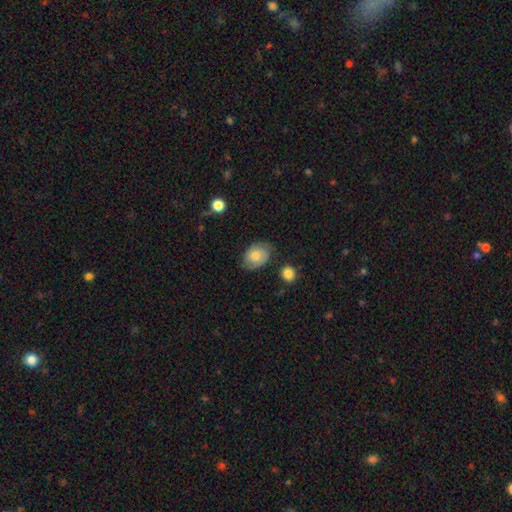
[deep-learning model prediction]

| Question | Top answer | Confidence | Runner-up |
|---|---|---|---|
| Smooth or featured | featured or disk | 49% | smooth (42%) |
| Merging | none | 75% | minor disturbance (18%) |